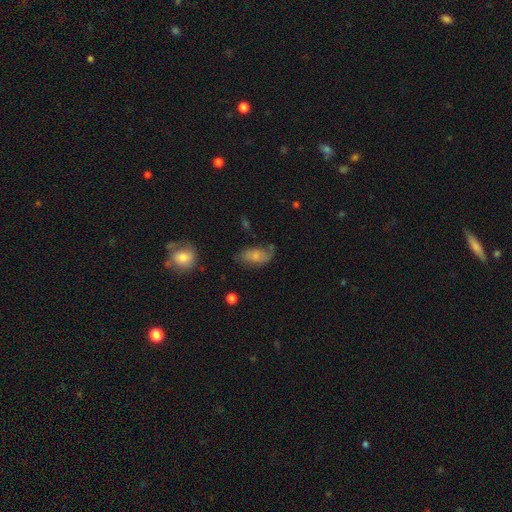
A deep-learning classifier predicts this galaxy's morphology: type=smooth (60%); roundness=in between (91%); merging=none (55%).